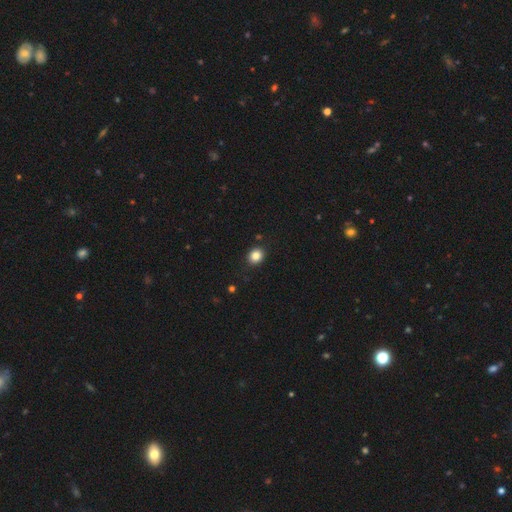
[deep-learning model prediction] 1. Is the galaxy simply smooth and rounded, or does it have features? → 85% smooth, 10% star or artifact, 5% featured or disk.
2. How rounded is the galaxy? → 70% round, 29% in between, 1% cigar-shaped.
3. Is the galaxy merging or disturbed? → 89% none, 8% minor disturbance, 2% major disturbance, 1% merger.